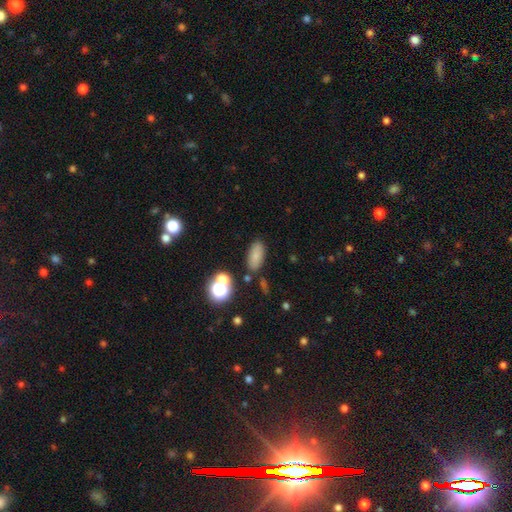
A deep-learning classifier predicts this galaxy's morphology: Q: Smooth or featured?
A: smooth (77%); runner-up: star or artifact (13%)
Q: How rounded?
A: in between (84%); runner-up: cigar-shaped (10%)
Q: Merging?
A: none (82%); runner-up: minor disturbance (10%)